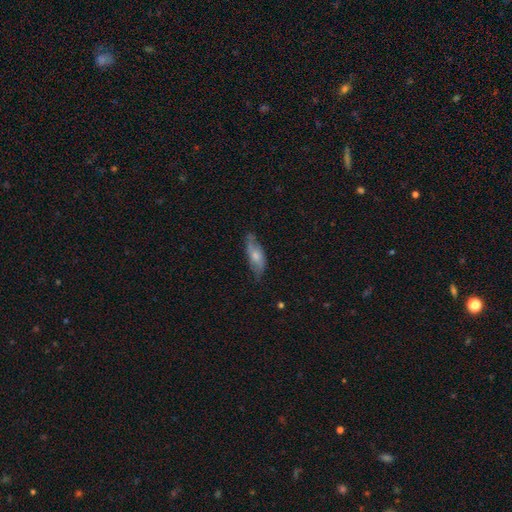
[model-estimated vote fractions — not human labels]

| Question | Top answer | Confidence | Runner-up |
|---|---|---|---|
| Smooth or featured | smooth | 52% | featured or disk (41%) |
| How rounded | in between | 71% | cigar-shaped (26%) |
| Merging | none | 64% | minor disturbance (26%) |